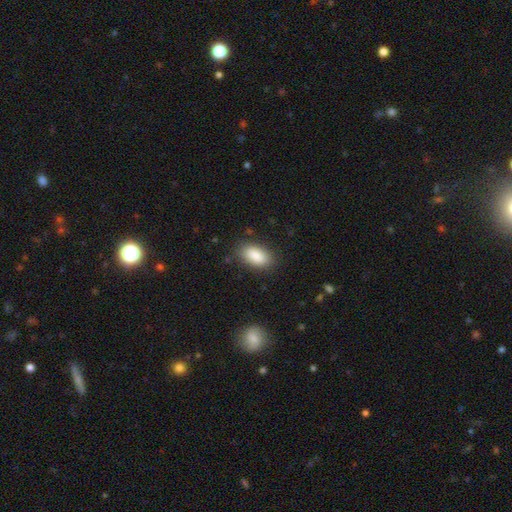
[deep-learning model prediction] Overall: smooth (88%). How rounded: in between (93%). Merging: none (85%).